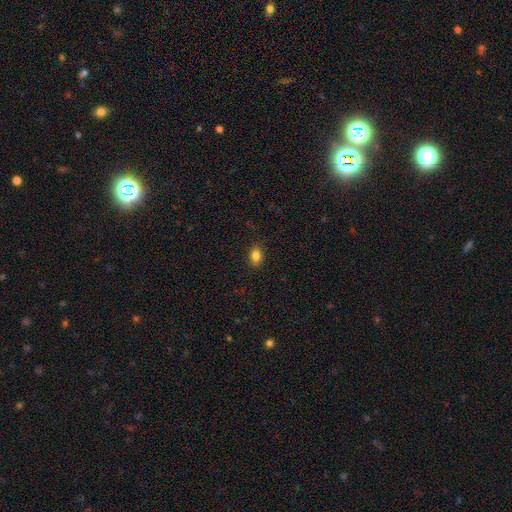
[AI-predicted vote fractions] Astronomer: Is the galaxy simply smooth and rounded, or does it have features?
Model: smooth — 84%.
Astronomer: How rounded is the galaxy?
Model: in between — 79%.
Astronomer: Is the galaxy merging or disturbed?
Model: none — 86%.